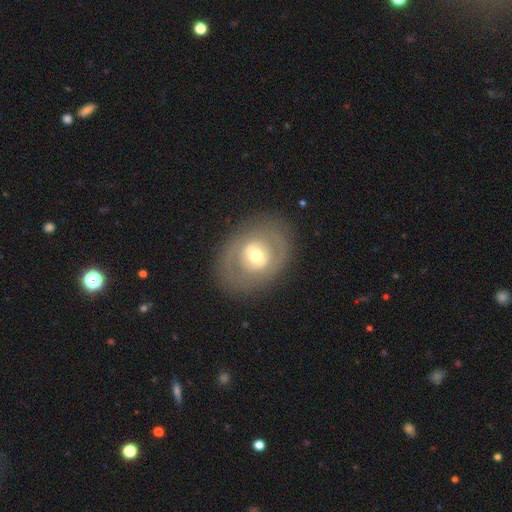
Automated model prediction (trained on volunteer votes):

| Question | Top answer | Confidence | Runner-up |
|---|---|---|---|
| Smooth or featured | featured or disk | 58% | smooth (35%) |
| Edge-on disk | no | 93% | yes (7%) |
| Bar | no | 49% | weak (32%) |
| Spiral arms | no | 80% | yes (20%) |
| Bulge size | moderate | 66% | small (20%) |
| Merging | none | 81% | minor disturbance (11%) |